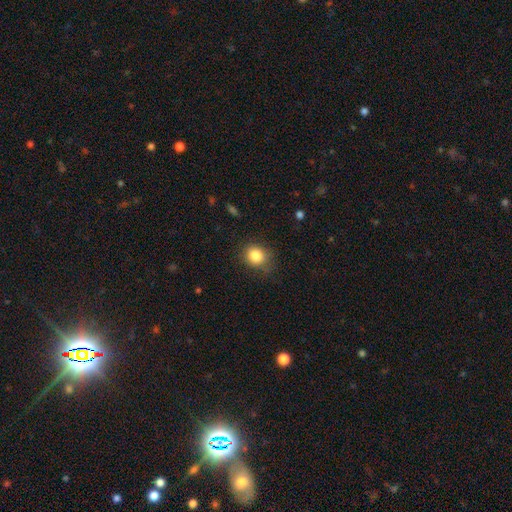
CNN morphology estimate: Q: Smooth or featured?
A: smooth (84%); runner-up: star or artifact (10%)
Q: How rounded?
A: round (71%); runner-up: in between (29%)
Q: Merging?
A: none (75%); runner-up: minor disturbance (19%)